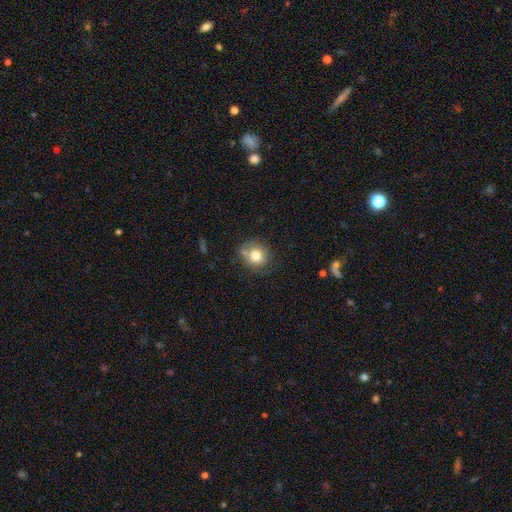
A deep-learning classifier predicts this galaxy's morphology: smooth_or_featured: smooth (p=0.79) [alt: featured or disk p=0.11]
how_rounded: round (p=0.86) [alt: in between p=0.13]
merging: none (p=0.64) [alt: minor disturbance p=0.21]